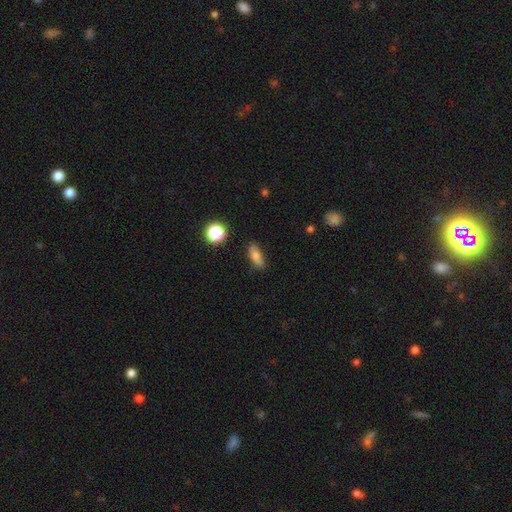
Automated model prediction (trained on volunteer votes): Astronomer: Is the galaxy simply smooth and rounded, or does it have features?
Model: smooth — 75%.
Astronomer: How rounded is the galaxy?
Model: in between — 70%.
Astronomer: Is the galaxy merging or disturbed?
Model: none — 81%.